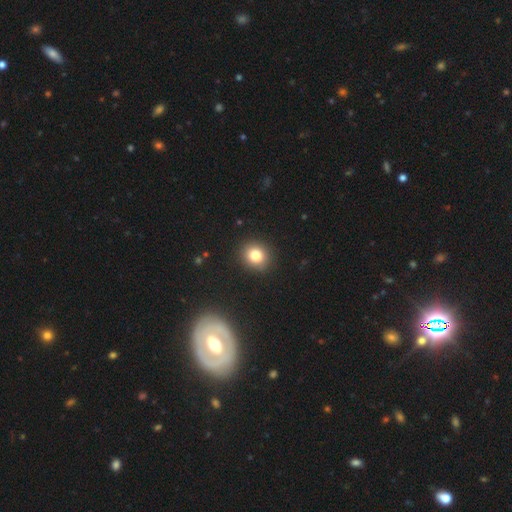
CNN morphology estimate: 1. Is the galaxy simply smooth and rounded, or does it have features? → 79% smooth, 13% star or artifact, 8% featured or disk.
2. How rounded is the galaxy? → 80% round, 19% in between, 1% cigar-shaped.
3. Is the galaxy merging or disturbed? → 91% none, 6% minor disturbance, 2% major disturbance, 1% merger.